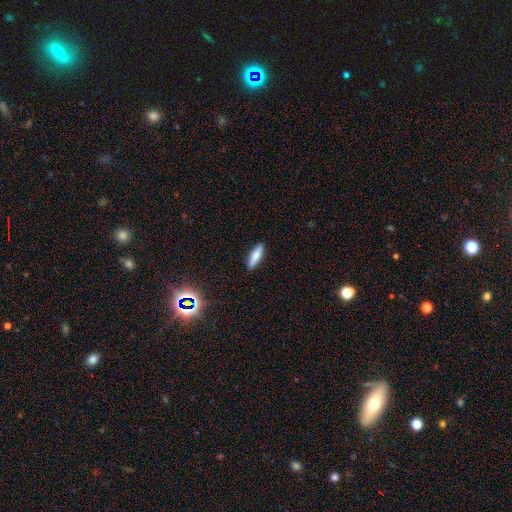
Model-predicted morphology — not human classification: The model was most divided on "how rounded": cigar-shaped: 66%, in between: 32%, round: 2%. More confident: merging — none (90%); smooth or featured — smooth (72%).